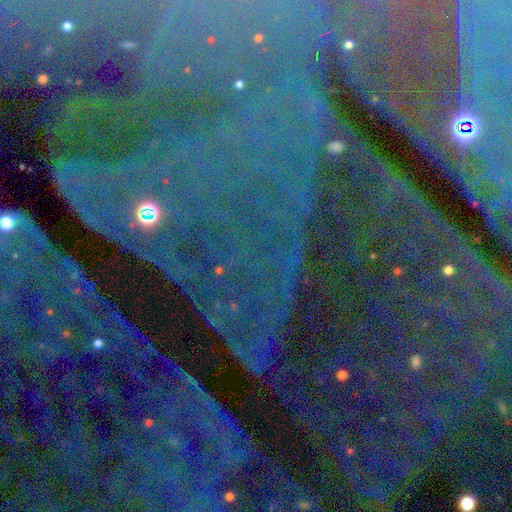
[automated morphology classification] The model was most divided on "smooth or featured": star or artifact: 88%, featured or disk: 7%, smooth: 6%.